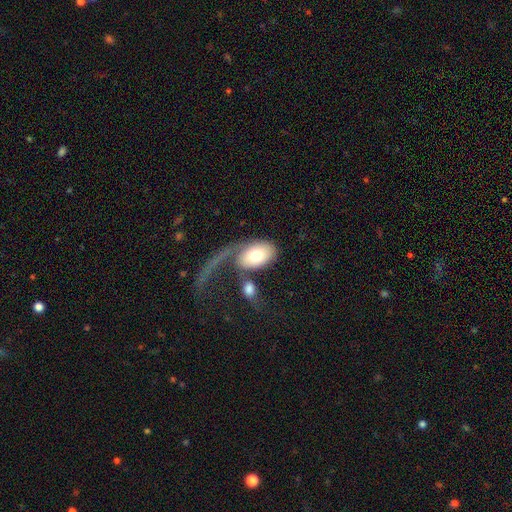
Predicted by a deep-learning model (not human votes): This appears to be a smooth galaxy with no disk features (68%) that is in between round and cigar-shaped (88%). Merging: major disturbance (43%).